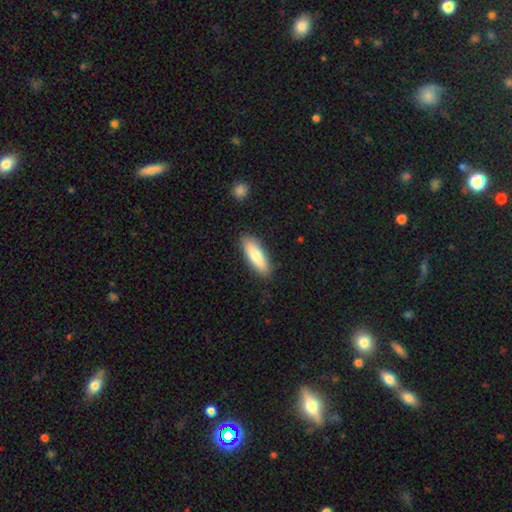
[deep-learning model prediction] Q: Smooth or featured?
A: smooth (79%); runner-up: featured or disk (15%)
Q: How rounded?
A: in between (54%); runner-up: cigar-shaped (44%)
Q: Merging?
A: none (87%); runner-up: minor disturbance (9%)